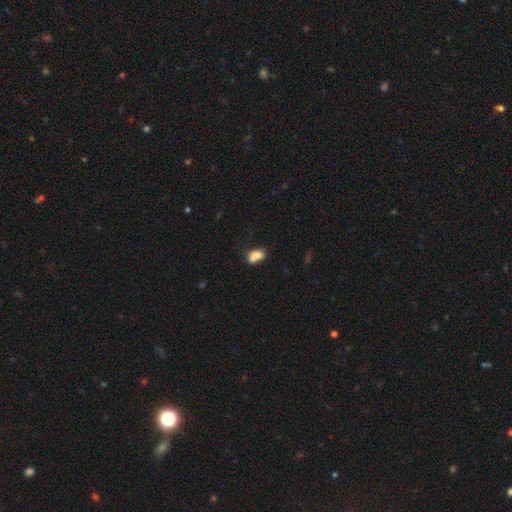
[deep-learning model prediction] smooth 74%, featured or disk 16%, star or artifact 10%. Down the decision tree: how rounded — in between (74%); merging — merger (50%).